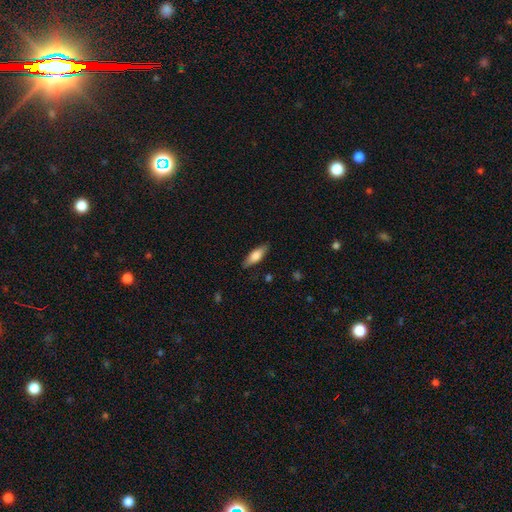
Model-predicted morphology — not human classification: Overall: smooth (70%). How rounded: in between (61%; cigar-shaped 36%). Merging: none (85%).